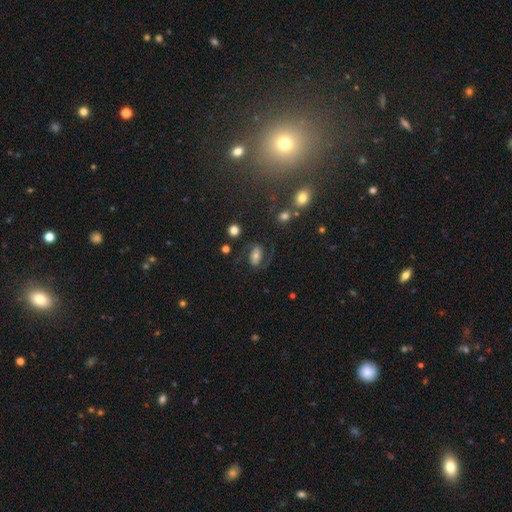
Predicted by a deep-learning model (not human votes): featured or disk 47%, smooth 40%, star or artifact 12%. Down the decision tree: merging — none (66%).